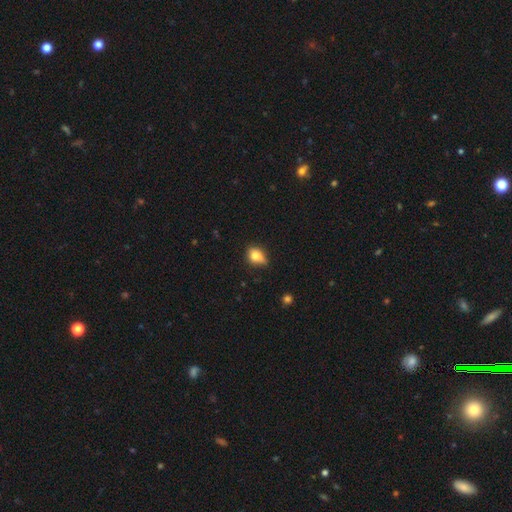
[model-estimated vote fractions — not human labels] smooth-or-featured: smooth: 79% | featured or disk: 12% | star or artifact: 9%
  how-rounded: in between: 71% | round: 26% | cigar-shaped: 3%
  merging: none: 53% | minor disturbance: 37% | major disturbance: 8% | merger: 2%